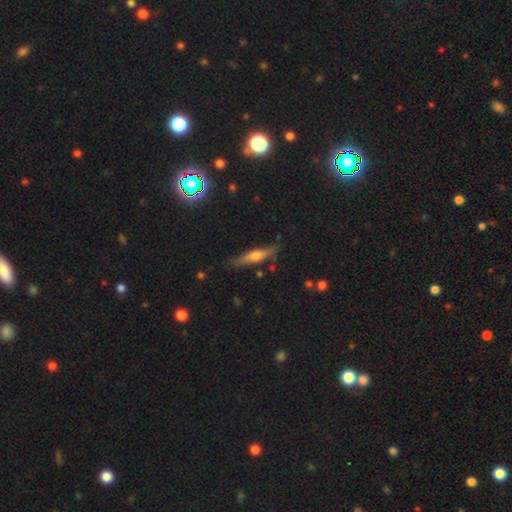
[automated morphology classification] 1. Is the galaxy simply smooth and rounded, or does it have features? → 49% featured or disk, 44% smooth, 7% star or artifact.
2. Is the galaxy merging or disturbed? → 79% none, 15% minor disturbance, 3% major disturbance, 3% merger.